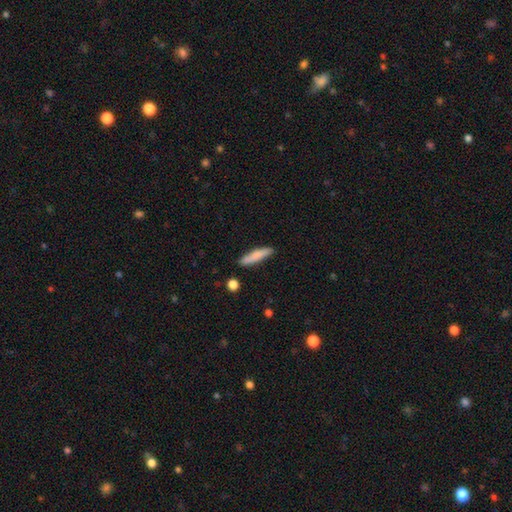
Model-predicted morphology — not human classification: A smooth galaxy with no disk features (81%) that is cigar-shaped (84%).

Vote fractions:
- Smooth or featured? smooth: 81% / featured or disk: 13% / star or artifact: 6%
- How rounded? cigar-shaped: 84% / in between: 14% / round: 2%
- Merging? none: 85% / minor disturbance: 11% / merger: 2% / major disturbance: 2%